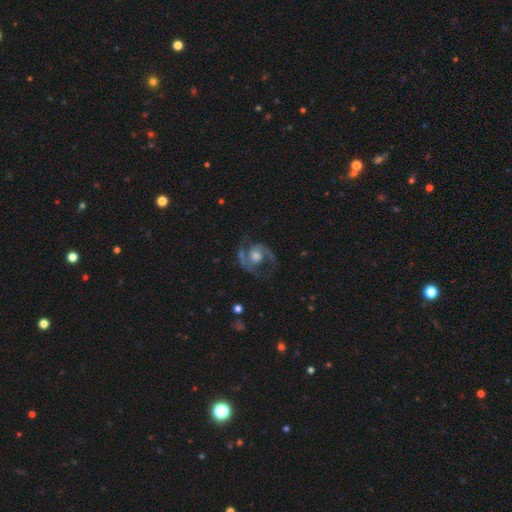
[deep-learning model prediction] Q: Smooth or featured?
A: featured or disk (85%); runner-up: smooth (9%)
Q: Edge-on disk?
A: no (98%); runner-up: yes (2%)
Q: Bar?
A: no (62%); runner-up: weak (30%)
Q: Spiral arms?
A: yes (94%); runner-up: no (6%)
Q: Spiral winding?
A: medium (59%); runner-up: loose (21%)
Q: Spiral arm count?
A: 2 (91%); runner-up: can't tell (3%)
Q: Bulge size?
A: moderate (48%); runner-up: large (30%)
Q: Merging?
A: none (72%); runner-up: minor disturbance (15%)